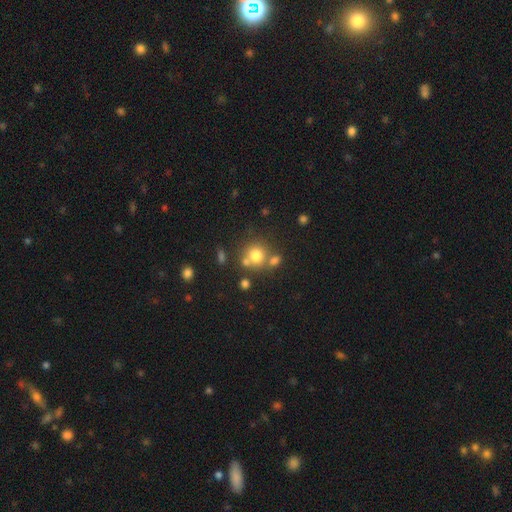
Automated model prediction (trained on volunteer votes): A smooth galaxy with no disk features (75%) that is round (86%).

Vote fractions:
- Smooth or featured? smooth: 75% / star or artifact: 13% / featured or disk: 12%
- How rounded? round: 86% / in between: 13% / cigar-shaped: 1%
- Merging? none: 59% / merger: 25% / minor disturbance: 11% / major disturbance: 5%